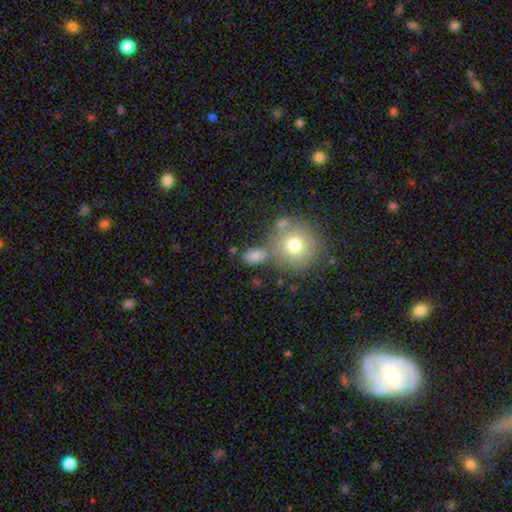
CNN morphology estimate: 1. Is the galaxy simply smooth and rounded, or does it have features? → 79% smooth, 11% star or artifact, 10% featured or disk.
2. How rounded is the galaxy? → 73% in between, 23% round, 3% cigar-shaped.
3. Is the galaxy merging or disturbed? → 60% none, 20% merger, 14% minor disturbance, 6% major disturbance.